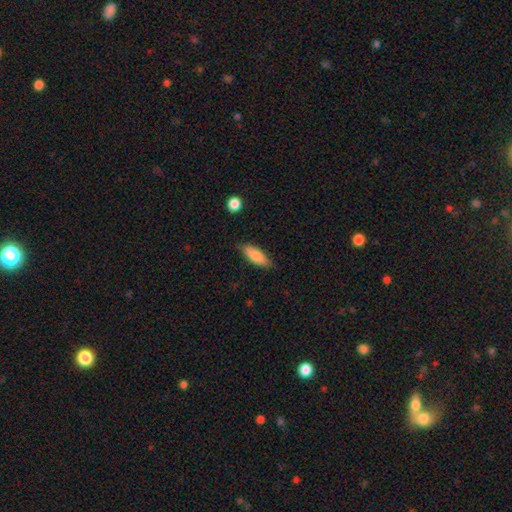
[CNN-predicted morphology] Q: Smooth or featured?
A: smooth (83%); runner-up: featured or disk (10%)
Q: How rounded?
A: in between (64%); runner-up: cigar-shaped (34%)
Q: Merging?
A: none (81%); runner-up: minor disturbance (15%)